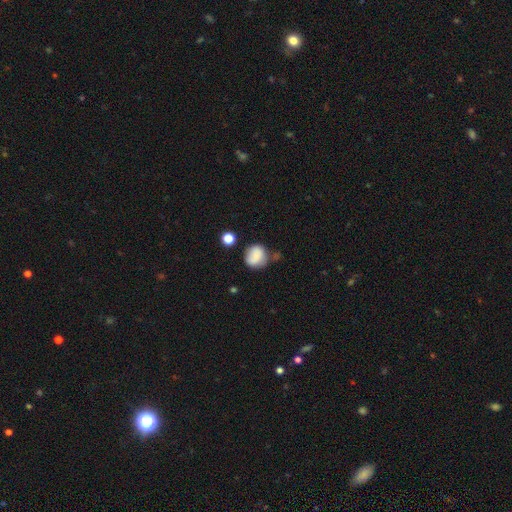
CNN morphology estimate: A smooth galaxy with no disk features (79%) that is round (76%).

Vote fractions:
- Smooth or featured? smooth: 79% / featured or disk: 12% / star or artifact: 9%
- How rounded? round: 76% / in between: 23% / cigar-shaped: 1%
- Merging? none: 53% / minor disturbance: 26% / merger: 11% / major disturbance: 9%